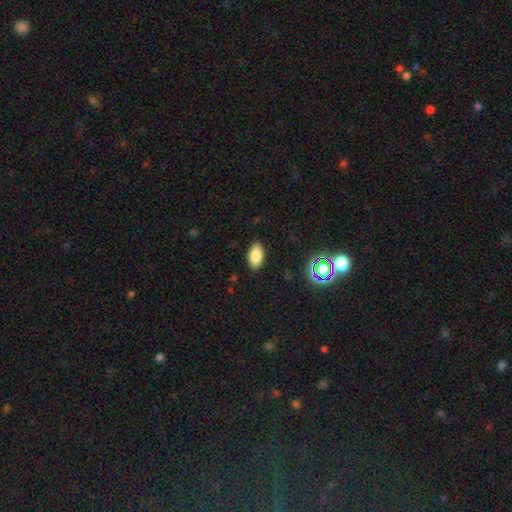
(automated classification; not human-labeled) Smooth or featured?
  - smooth: 83% *
  - star or artifact: 10%
  - featured or disk: 7%
How rounded?
  - in between: 93% *
  - round: 4%
  - cigar-shaped: 4%
Merging?
  - none: 88% *
  - minor disturbance: 9%
  - major disturbance: 2%
  - merger: 1%